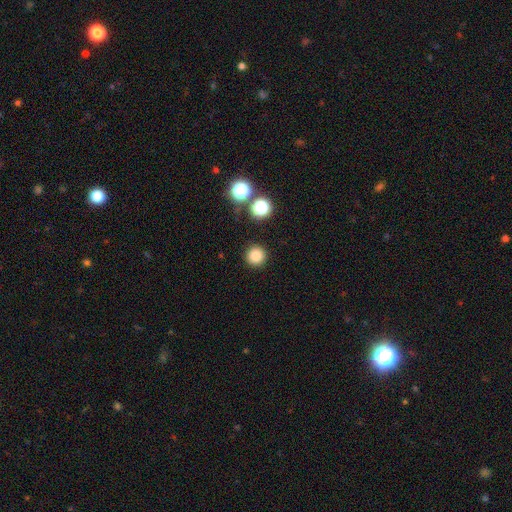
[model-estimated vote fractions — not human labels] A smooth galaxy with no disk features (82%) that is round (95%). Merging: none (90%).